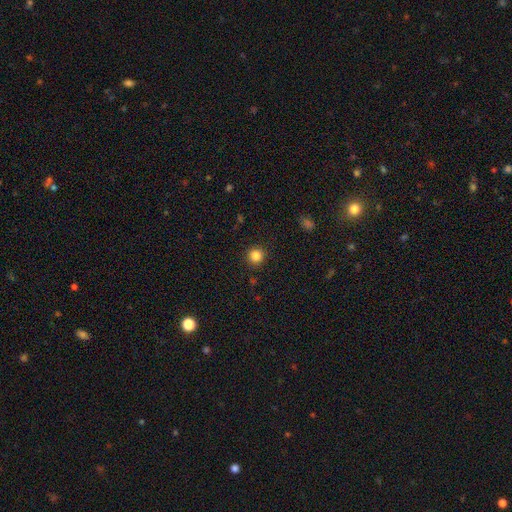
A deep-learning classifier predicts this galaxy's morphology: The model was most divided on "smooth or featured": smooth: 84%, star or artifact: 12%, featured or disk: 4%. More confident: how rounded — round (95%); merging — none (92%).